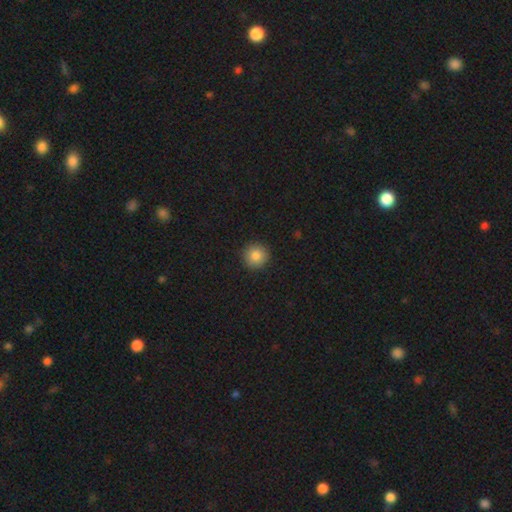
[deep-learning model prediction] This appears to be a smooth galaxy with no disk features (85%) that is round (95%). Merging: none (92%).